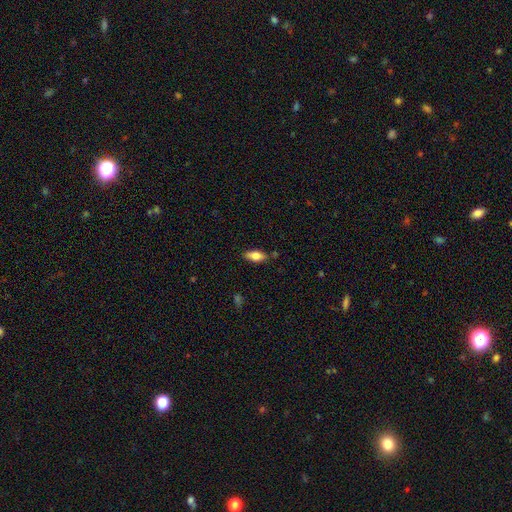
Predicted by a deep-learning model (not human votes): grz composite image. It shows a smooth galaxy with no disk features (75%) that is in between round and cigar-shaped (83%). Merging: none (81%).